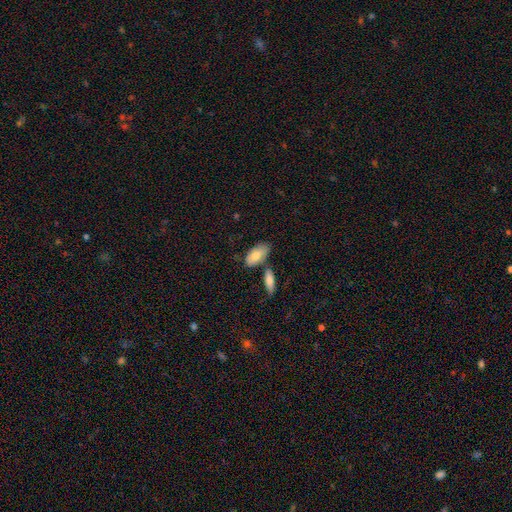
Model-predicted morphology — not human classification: This appears to be a smooth galaxy with no disk features (77%) that is in between round and cigar-shaped (91%). Merging: none (61%).